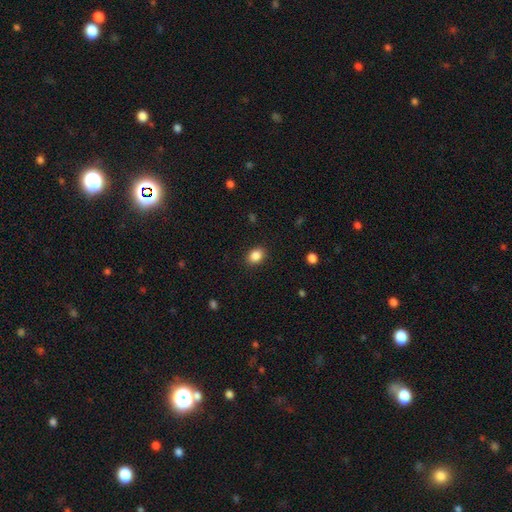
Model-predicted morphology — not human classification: Overall: smooth (87%). How rounded: in between (66%; round 33%). Merging: none (89%).